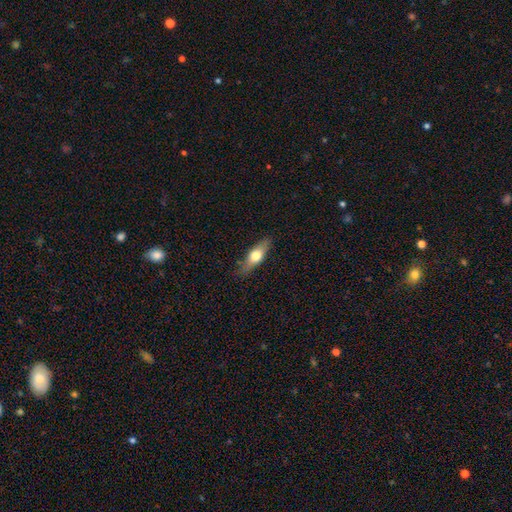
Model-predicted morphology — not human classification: smooth_or_featured: smooth (p=0.54) [alt: featured or disk p=0.40]
how_rounded: in between (p=0.52) [alt: cigar-shaped p=0.44]
merging: none (p=0.82) [alt: minor disturbance p=0.14]